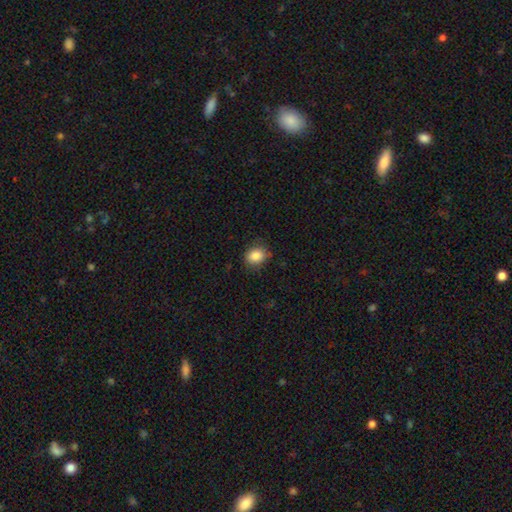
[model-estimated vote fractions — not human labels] This appears to be a smooth galaxy with no disk features (85%) that is round (51%). Merging: none (82%).